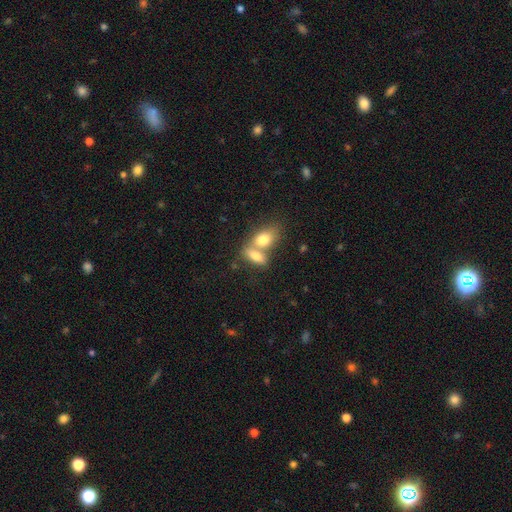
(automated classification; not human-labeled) This is likely a smooth galaxy (76%). How rounded: clearly in between (83%). Merging: likely merger (68%).